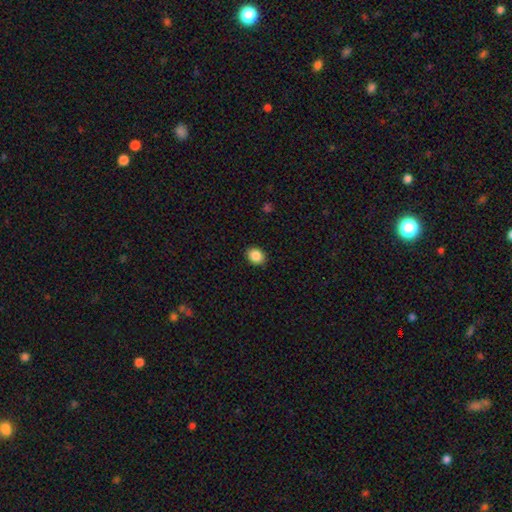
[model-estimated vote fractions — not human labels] Overall: smooth (87%). How rounded: round (57%; in between 42%). Merging: none (90%).